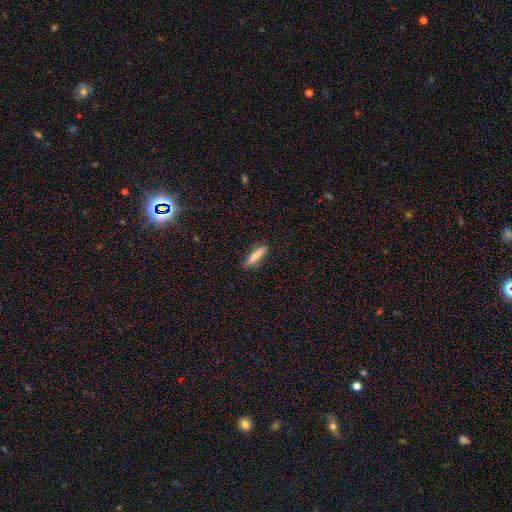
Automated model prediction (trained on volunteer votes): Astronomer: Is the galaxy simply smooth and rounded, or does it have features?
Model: smooth — 77%.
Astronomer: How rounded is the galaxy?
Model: cigar-shaped — 76%.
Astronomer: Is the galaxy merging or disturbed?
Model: none — 84%.